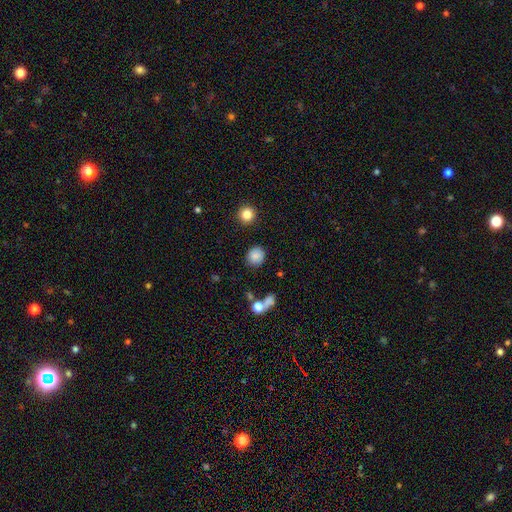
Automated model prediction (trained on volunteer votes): Smooth or featured: smooth — 83% (star or artifact — 11%)
How rounded: round — 87% (in between — 12%)
Merging: none — 85% (minor disturbance — 9%)